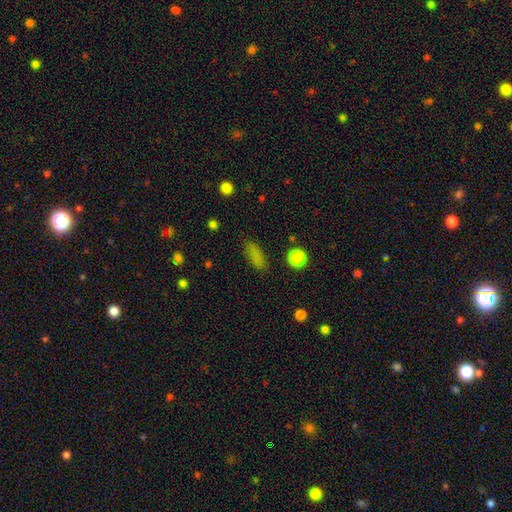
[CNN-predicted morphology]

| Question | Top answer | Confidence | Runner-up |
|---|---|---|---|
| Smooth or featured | smooth | 80% | star or artifact (14%) |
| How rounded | in between | 65% | cigar-shaped (29%) |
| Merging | none | 81% | minor disturbance (13%) |